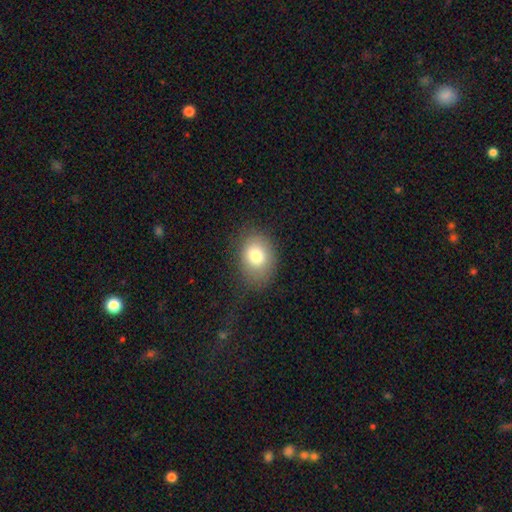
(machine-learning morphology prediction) smooth 78%, featured or disk 12%, star or artifact 10%. Down the decision tree: how rounded — in between (60%); merging — none (75%).